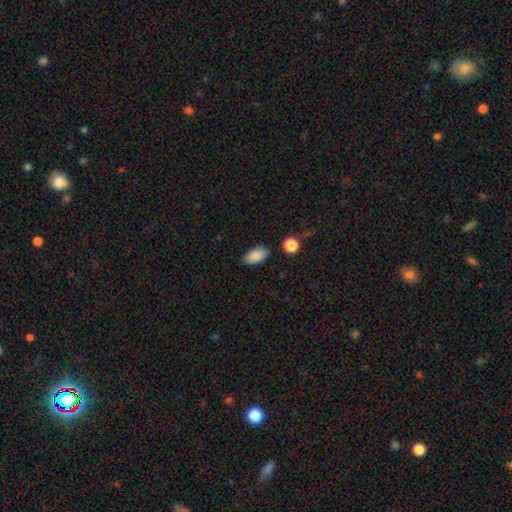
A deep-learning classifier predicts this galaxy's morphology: smooth-or-featured: smooth: 87% | star or artifact: 8% | featured or disk: 6%
  how-rounded: in between: 92% | round: 5% | cigar-shaped: 3%
  merging: none: 82% | minor disturbance: 13% | major disturbance: 3% | merger: 3%